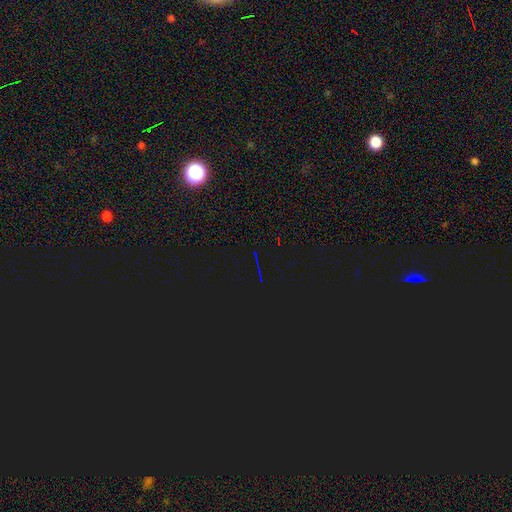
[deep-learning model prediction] The model was most divided on "smooth or featured": star or artifact: 79%, featured or disk: 11%, smooth: 10%.